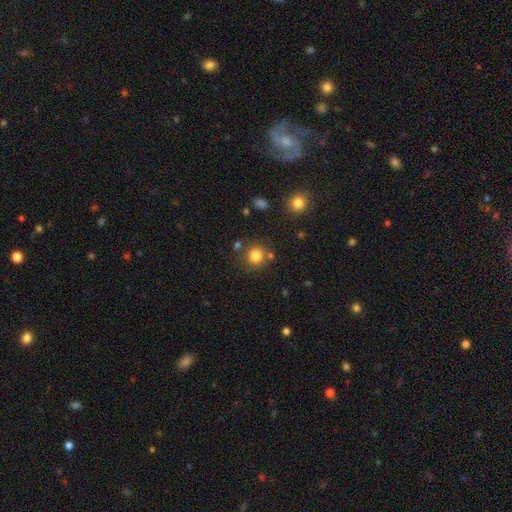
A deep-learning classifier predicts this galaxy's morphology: The model was most divided on "merging": none: 75%, minor disturbance: 11%, merger: 10%, major disturbance: 4%. More confident: how rounded — round (90%); smooth or featured — smooth (83%).